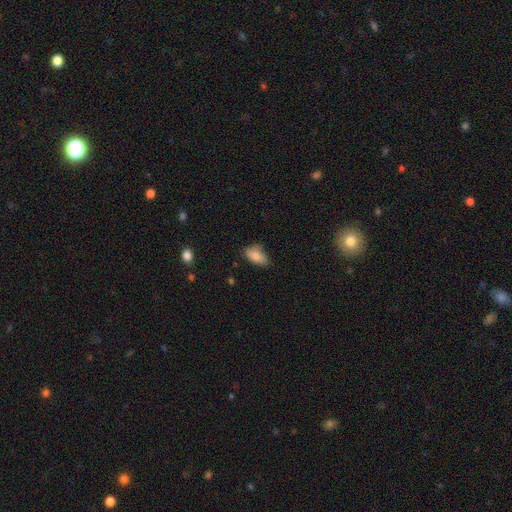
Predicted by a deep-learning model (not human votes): The model was most divided on "merging": none: 59%, minor disturbance: 32%, major disturbance: 7%, merger: 2%. More confident: how rounded — in between (91%); smooth or featured — smooth (84%).